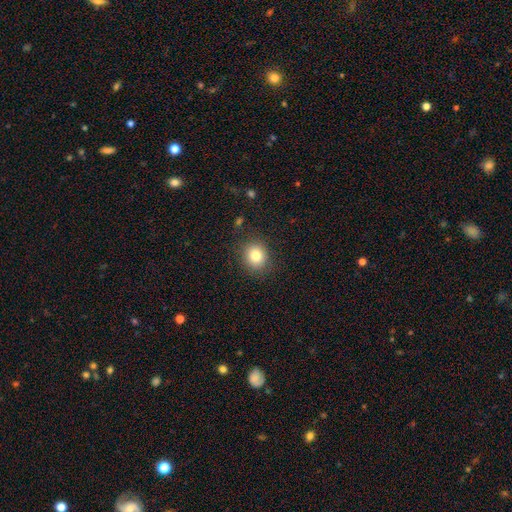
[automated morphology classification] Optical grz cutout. It shows a smooth galaxy with no disk features (81%) that is round (76%). Merging: none (86%).